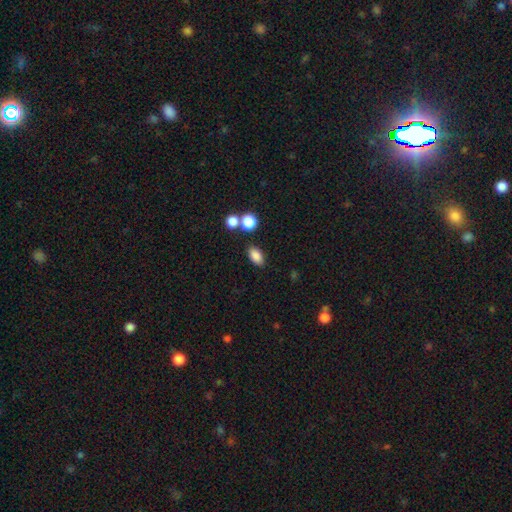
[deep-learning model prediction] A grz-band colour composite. It shows a smooth galaxy with no disk features (85%) that is in between round and cigar-shaped (88%). Merging: none (81%).